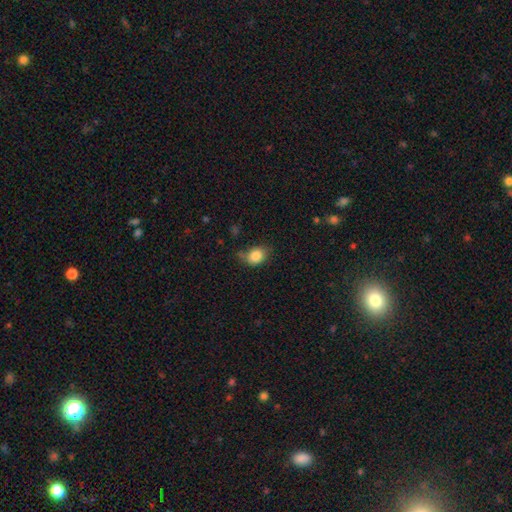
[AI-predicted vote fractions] A smooth galaxy with no disk features (85%) that is in between round and cigar-shaped (53%).

Vote fractions:
- Smooth or featured? smooth: 85% / star or artifact: 9% / featured or disk: 6%
- How rounded? in between: 53% / round: 46% / cigar-shaped: 1%
- Merging? none: 62% / minor disturbance: 26% / major disturbance: 7% / merger: 5%